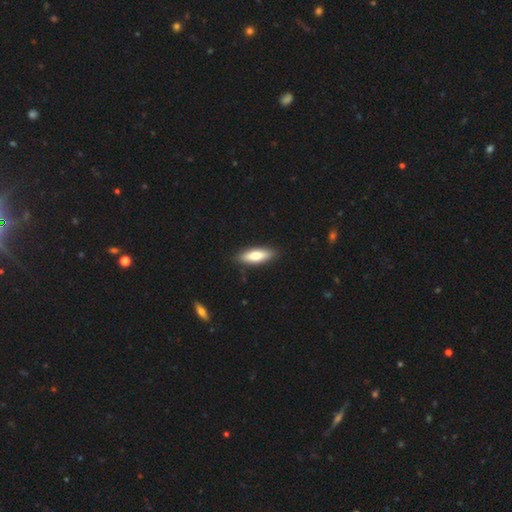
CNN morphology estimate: Q: Smooth or featured?
A: smooth (75%); runner-up: featured or disk (20%)
Q: How rounded?
A: in between (56%); runner-up: cigar-shaped (42%)
Q: Merging?
A: none (88%); runner-up: minor disturbance (9%)